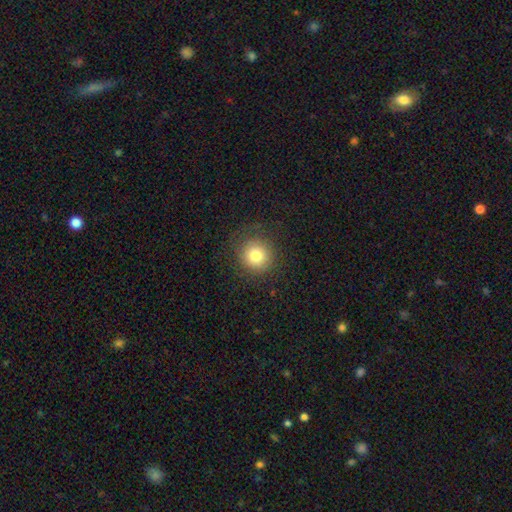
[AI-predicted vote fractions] smooth_or_featured: smooth (p=0.79) [alt: star or artifact p=0.11]
how_rounded: round (p=0.93) [alt: in between p=0.06]
merging: none (p=0.83) [alt: minor disturbance p=0.10]